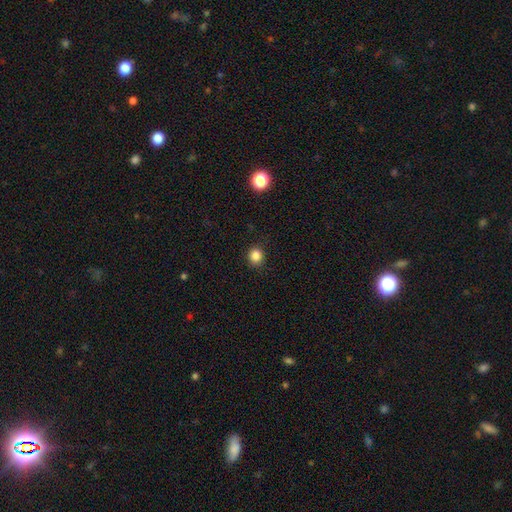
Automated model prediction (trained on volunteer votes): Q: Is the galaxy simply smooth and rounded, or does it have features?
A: smooth — 85%.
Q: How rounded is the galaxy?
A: round — 87%.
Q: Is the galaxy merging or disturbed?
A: none — 90%.